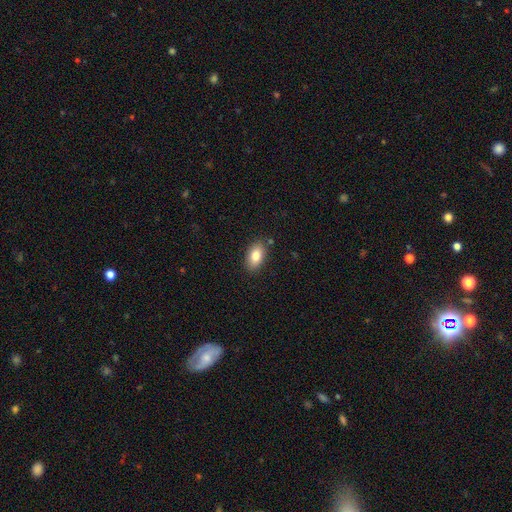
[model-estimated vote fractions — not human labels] smooth 83%, featured or disk 10%, star or artifact 7%. Down the decision tree: how rounded — in between (91%); merging — none (85%).